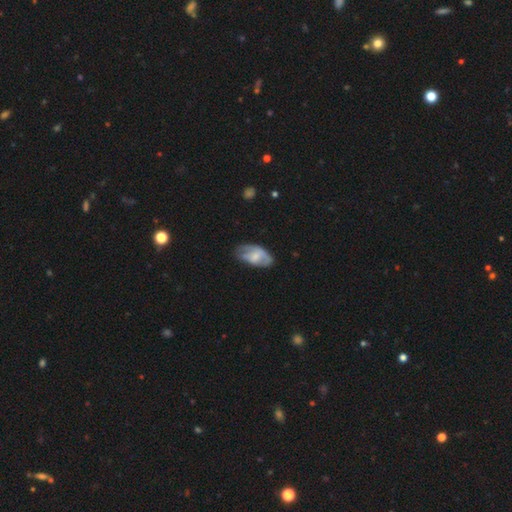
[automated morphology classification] This is possibly a smooth galaxy (53%). How rounded: clearly in between (93%). Merging: possibly none (50%).